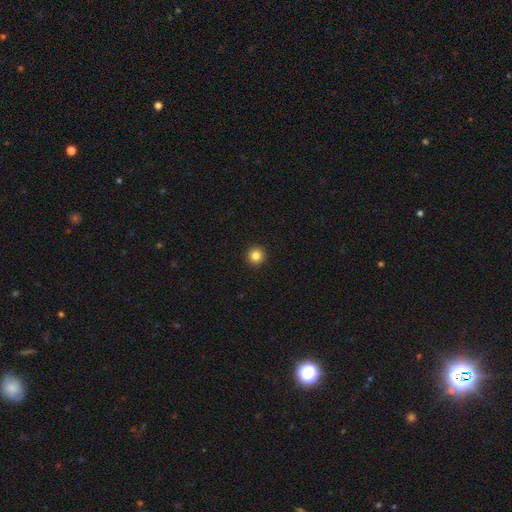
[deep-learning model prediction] Morphology: type=smooth (84%); roundness=round (95%); merging=none (94%).